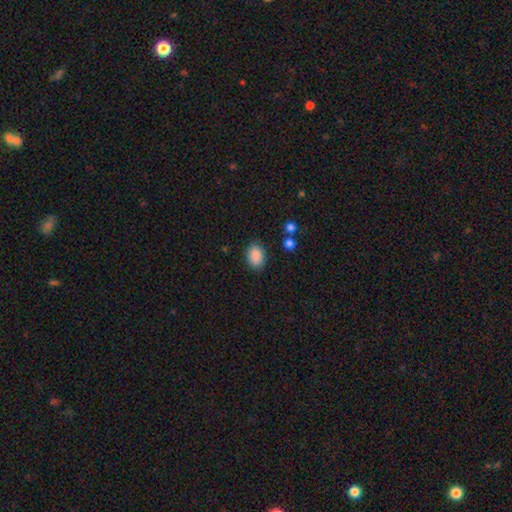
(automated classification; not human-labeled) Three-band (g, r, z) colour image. It shows a smooth galaxy with no disk features (89%) that is in between round and cigar-shaped (81%). Merging: none (85%).